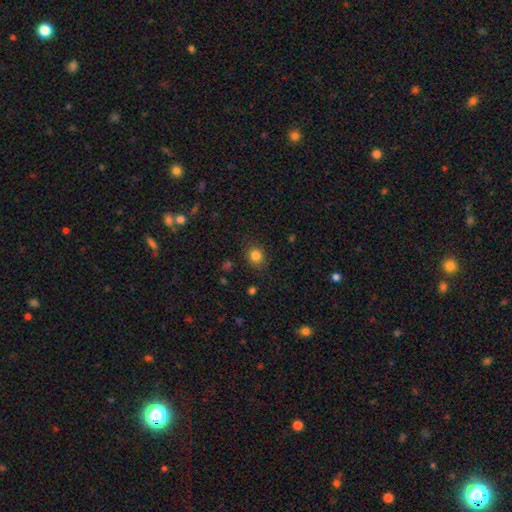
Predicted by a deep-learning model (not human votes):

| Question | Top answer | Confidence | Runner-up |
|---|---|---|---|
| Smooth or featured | smooth | 83% | star or artifact (12%) |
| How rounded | round | 73% | in between (26%) |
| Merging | none | 85% | minor disturbance (10%) |